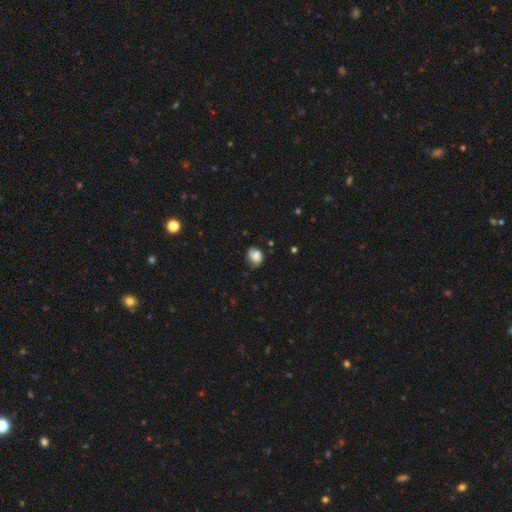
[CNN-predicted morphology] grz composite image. It shows a smooth galaxy with no disk features (75%) that is round (58%). Merging: none (57%).